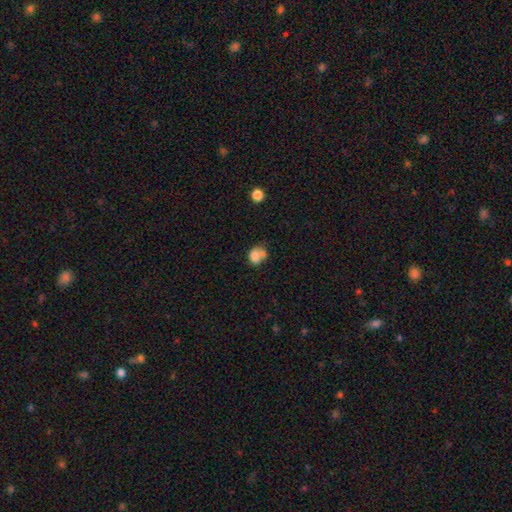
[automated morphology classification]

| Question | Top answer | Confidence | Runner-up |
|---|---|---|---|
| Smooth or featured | smooth | 76% | featured or disk (14%) |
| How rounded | round | 50% | in between (49%) |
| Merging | merger | 44% | none (31%) |